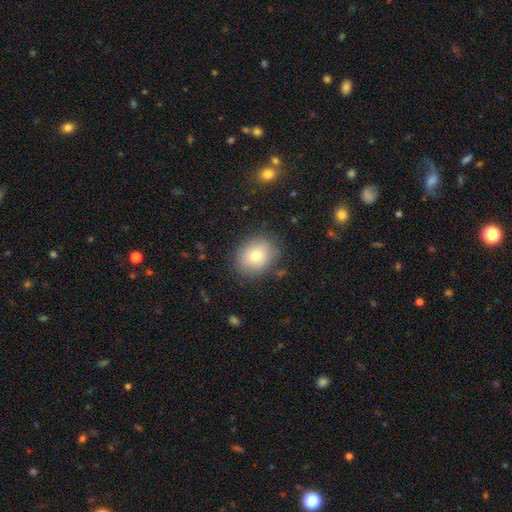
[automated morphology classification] Q: Smooth or featured?
A: smooth (77%); runner-up: featured or disk (13%)
Q: How rounded?
A: round (58%); runner-up: in between (42%)
Q: Merging?
A: none (83%); runner-up: minor disturbance (12%)